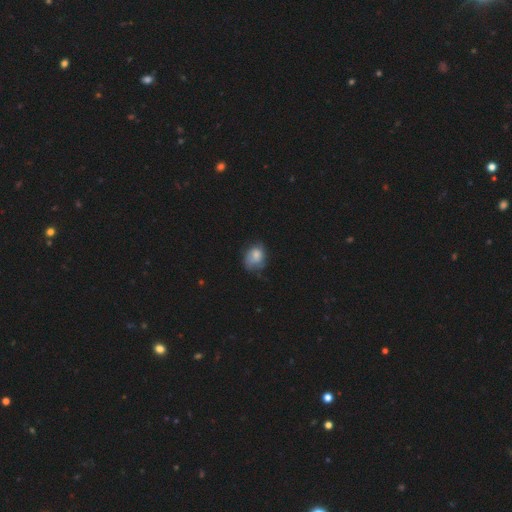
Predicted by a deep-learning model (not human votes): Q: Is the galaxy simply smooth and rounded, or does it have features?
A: smooth — 70%.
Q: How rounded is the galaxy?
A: in between — 55%.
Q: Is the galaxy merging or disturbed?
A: none — 44%.